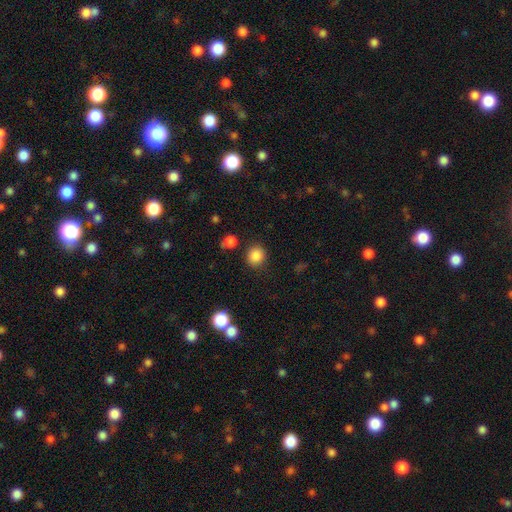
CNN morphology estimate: The model was most divided on "how rounded": round: 87%, in between: 12%, cigar-shaped: 1%. More confident: merging — none (86%); smooth or featured — smooth (86%).